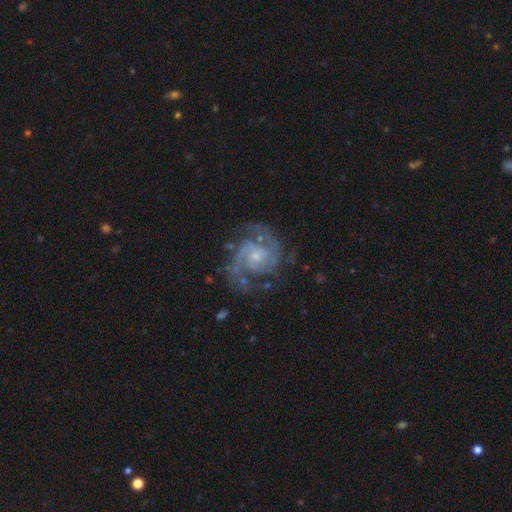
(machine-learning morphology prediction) Smooth or featured? Predicted: featured or disk (p=0.90). Edge-on disk? Predicted: no (p=0.98). Bar? Predicted: no (p=0.63). Spiral arms? Predicted: yes (p=0.97). Spiral winding? Predicted: medium (p=0.50). Spiral arm count? Predicted: 2 (p=0.64). Bulge size? Predicted: small (p=0.69). Merging? Predicted: none (p=0.70).